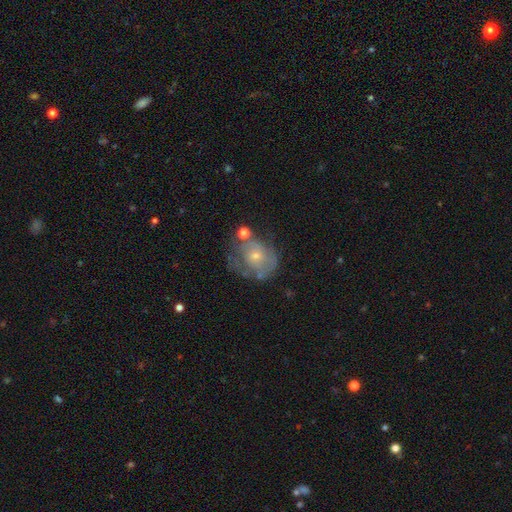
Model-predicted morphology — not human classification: smooth-or-featured: featured or disk: 55% | smooth: 34% | star or artifact: 10%
  disk-edge-on: no: 97% | yes: 3%
    bar: no: 82% | weak: 16% | strong: 3%
    has-spiral-arms: yes: 52% | no: 48%
    bulge-size: small: 62% | moderate: 33% | none: 3% | large: 2% | dominant: 1%
  merging: none: 44% | minor disturbance: 26% | major disturbance: 20% | merger: 9%